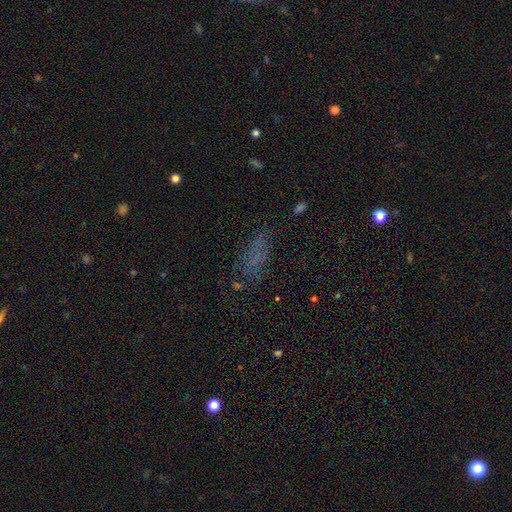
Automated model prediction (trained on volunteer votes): A smooth galaxy with no disk features (55%) that is in between round and cigar-shaped (66%).

Vote fractions:
- Smooth or featured? smooth: 55% / star or artifact: 27% / featured or disk: 18%
- How rounded? in between: 66% / cigar-shaped: 28% / round: 6%
- Merging? none: 63% / minor disturbance: 20% / major disturbance: 13% / merger: 3%